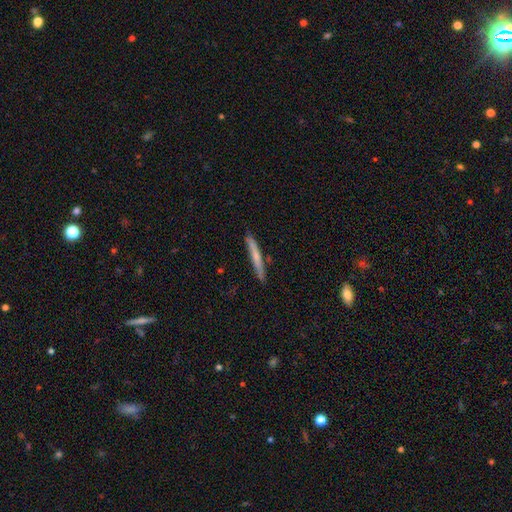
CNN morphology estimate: Smooth or featured: smooth — 57% (featured or disk — 37%)
How rounded: cigar-shaped — 96% (in between — 2%)
Merging: none — 88% (minor disturbance — 9%)